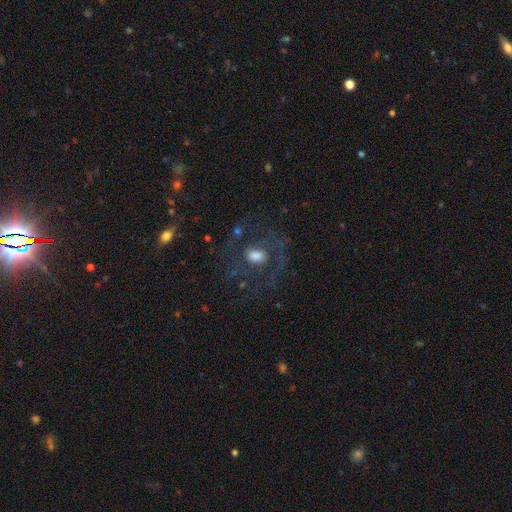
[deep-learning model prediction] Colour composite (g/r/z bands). It shows a featured or disk galaxy (54%) with no bar (63%), spiral arms (66%) and a moderate central bulge (49%). Merging: none (55%).